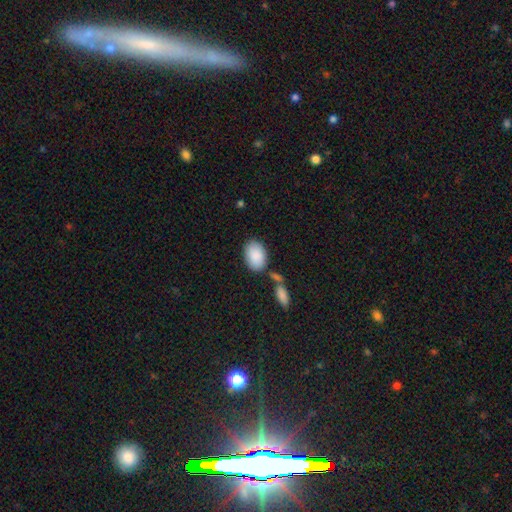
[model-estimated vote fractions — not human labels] A smooth galaxy with no disk features (89%) that is in between round and cigar-shaped (90%). Merging: none (70%).